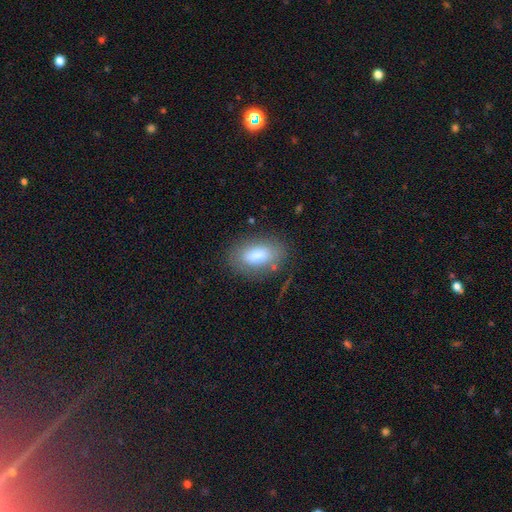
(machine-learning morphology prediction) type=smooth (80%); roundness=in between (90%); merging=none (79%).